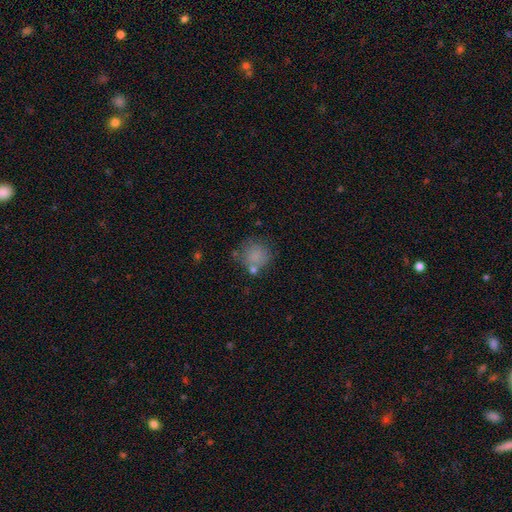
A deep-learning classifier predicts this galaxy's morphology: Smooth or featured? smooth (79%)
How rounded? round (87%)
Merging? none (65%)